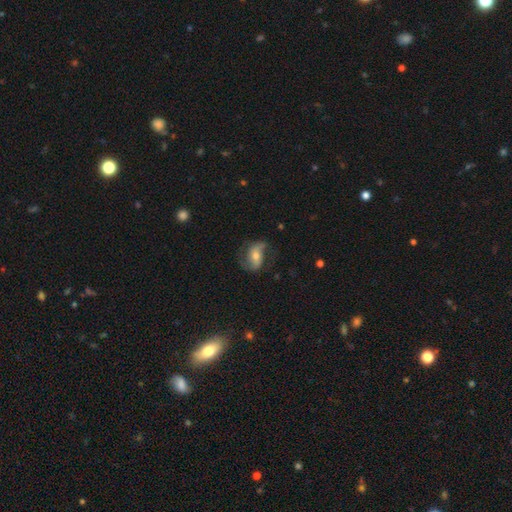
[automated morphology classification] Smooth or featured? Predicted: featured or disk (p=0.68). Edge-on disk? Predicted: no (p=0.95). Bar? Predicted: no (p=0.40). Spiral arms? Predicted: yes (p=0.90). Spiral winding? Predicted: loose (p=0.51). Spiral arm count? Predicted: 2 (p=0.87). Bulge size? Predicted: moderate (p=0.60). Merging? Predicted: none (p=0.65).